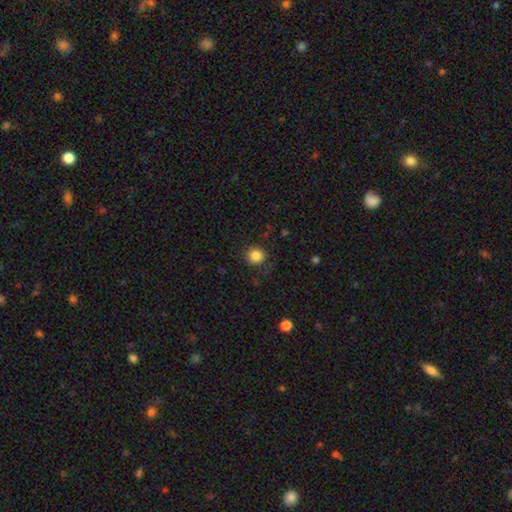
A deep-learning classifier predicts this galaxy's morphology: smooth 85%, star or artifact 11%, featured or disk 5%. Down the decision tree: how rounded — round (91%); merging — none (87%).